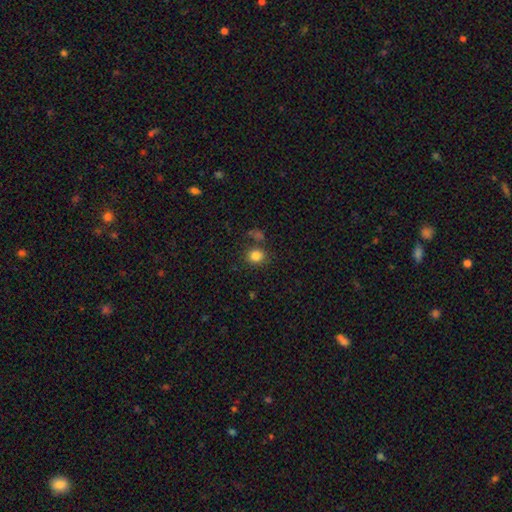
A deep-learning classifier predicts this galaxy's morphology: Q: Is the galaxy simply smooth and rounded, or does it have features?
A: smooth — 83%.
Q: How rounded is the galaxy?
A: round — 75%.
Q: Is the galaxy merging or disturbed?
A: none — 76%.